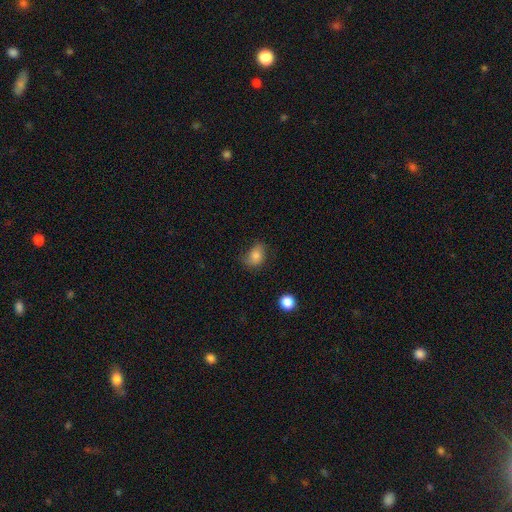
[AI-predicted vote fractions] Smooth or featured: smooth — 80% (star or artifact — 10%)
How rounded: in between — 66% (round — 33%)
Merging: none — 58% (minor disturbance — 30%)